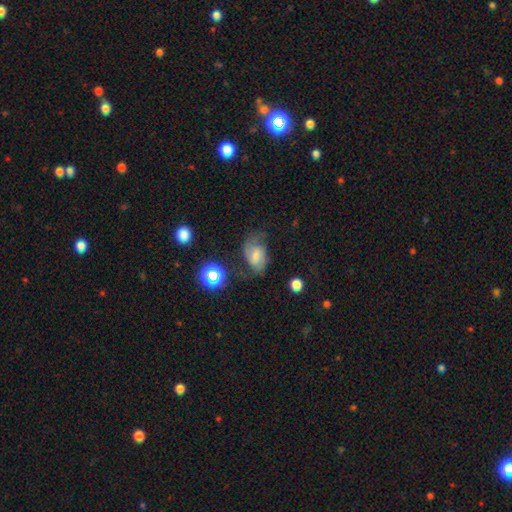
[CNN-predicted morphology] This is possibly a featured or disk galaxy (55%). It is clearly not viewed edge-on (96%). Bar: possibly weak (46%). Spiral arm pattern: clearly yes (86%). Central bulge: marginally moderate (42%). Merging: possibly none (49%).